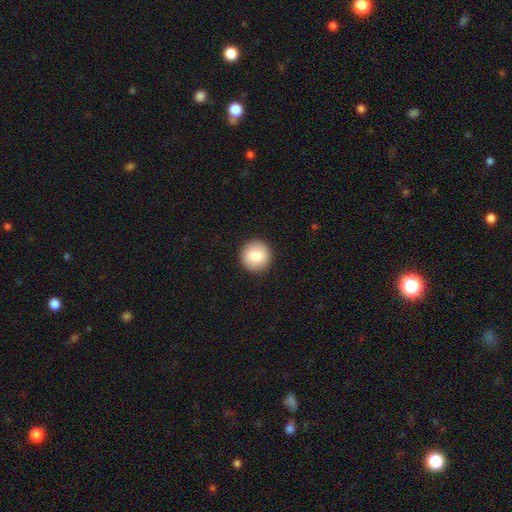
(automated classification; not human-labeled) This is clearly a smooth galaxy (84%). How rounded: clearly round (95%). Merging: clearly none (93%).